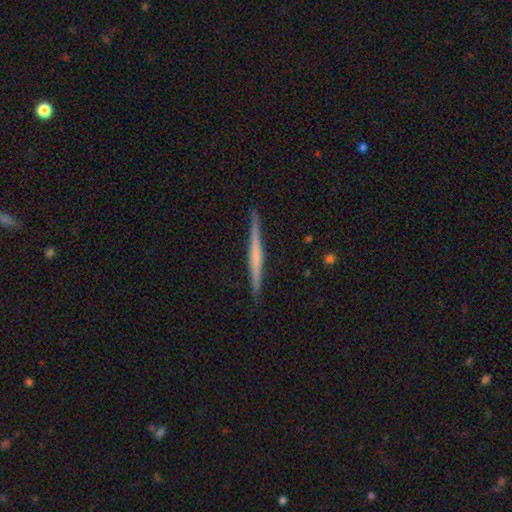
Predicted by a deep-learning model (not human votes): The model was most divided on "smooth or featured": featured or disk: 62%, smooth: 33%, star or artifact: 5%. More confident: edge-on disk — yes (98%); merging — none (92%); edge-on bulge — none (65%).